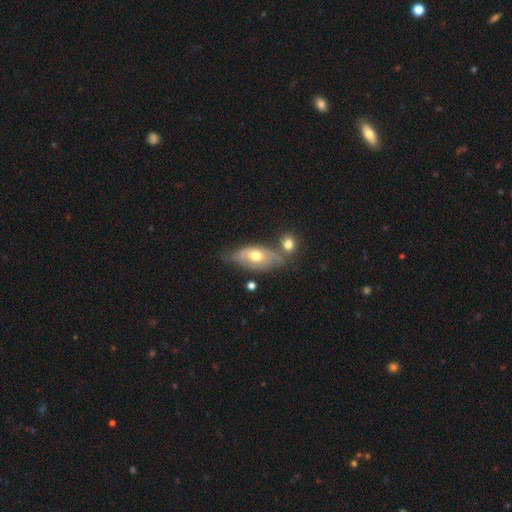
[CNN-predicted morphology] A smooth galaxy with no disk features (47%).

Vote fractions:
- Smooth or featured? smooth: 47% / featured or disk: 46% / star or artifact: 7%
- Merging? none: 41% / minor disturbance: 27% / merger: 21% / major disturbance: 11%